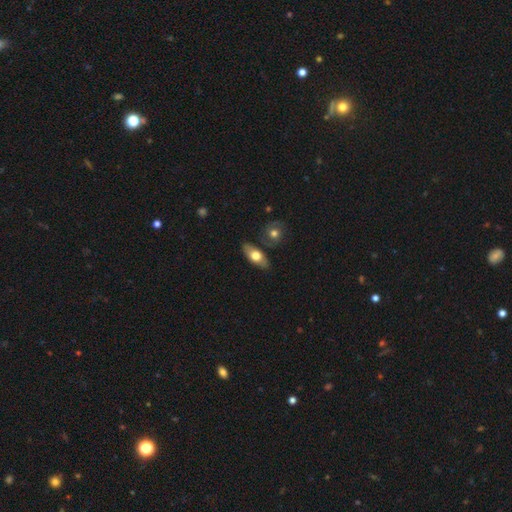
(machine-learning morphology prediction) Smooth or featured?
  - smooth: 61% *
  - featured or disk: 33%
  - star or artifact: 6%
How rounded?
  - in between: 79% *
  - cigar-shaped: 15%
  - round: 6%
Merging?
  - none: 77% *
  - minor disturbance: 13%
  - merger: 7%
  - major disturbance: 3%